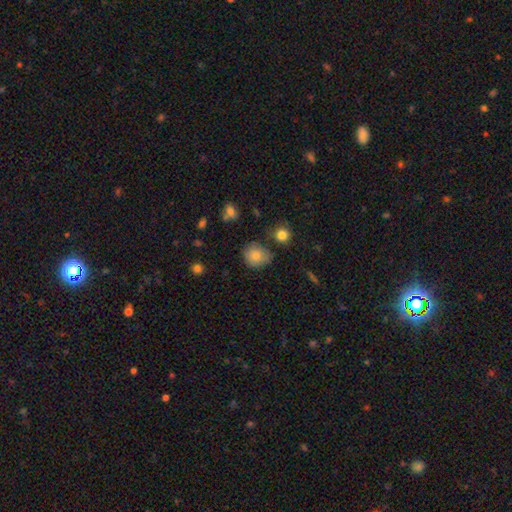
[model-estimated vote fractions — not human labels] smooth-or-featured: smooth: 80% | star or artifact: 10% | featured or disk: 10%
  how-rounded: round: 76% | in between: 23% | cigar-shaped: 1%
  merging: none: 69% | minor disturbance: 21% | merger: 5% | major disturbance: 5%